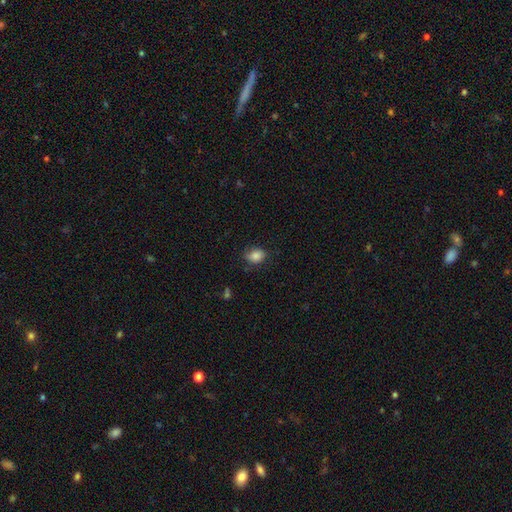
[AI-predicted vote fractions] A smooth galaxy with no disk features (85%) that is in between round and cigar-shaped (66%).

Vote fractions:
- Smooth or featured? smooth: 85% / star or artifact: 9% / featured or disk: 7%
- How rounded? in between: 66% / round: 32% / cigar-shaped: 1%
- Merging? none: 69% / minor disturbance: 23% / major disturbance: 6% / merger: 1%